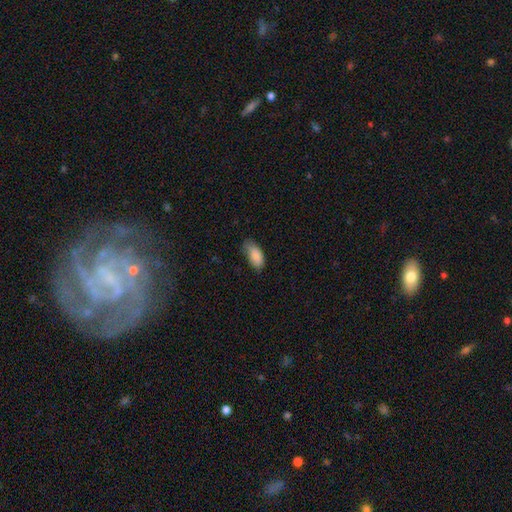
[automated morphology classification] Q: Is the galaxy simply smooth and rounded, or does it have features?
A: smooth — 86%.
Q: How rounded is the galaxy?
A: in between — 92%.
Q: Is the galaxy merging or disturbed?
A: none — 56%.